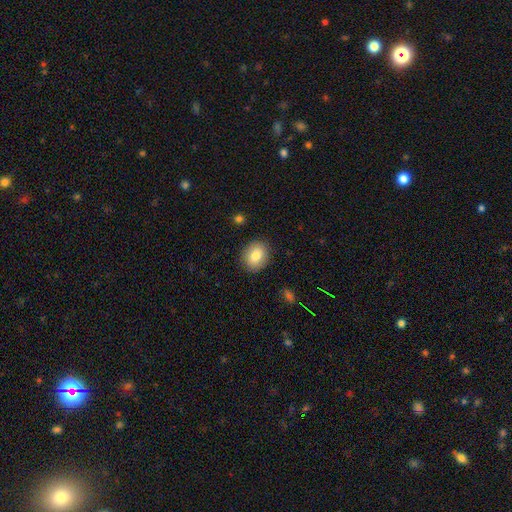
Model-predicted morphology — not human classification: This is clearly a smooth galaxy (82%). How rounded: possibly round (53%). Merging: clearly none (88%).